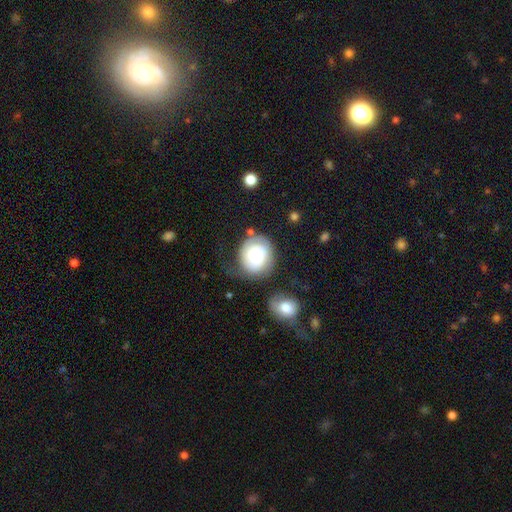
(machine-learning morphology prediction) featured or disk 47%, smooth 46%, star or artifact 7%. Down the decision tree: merging — none (57%).